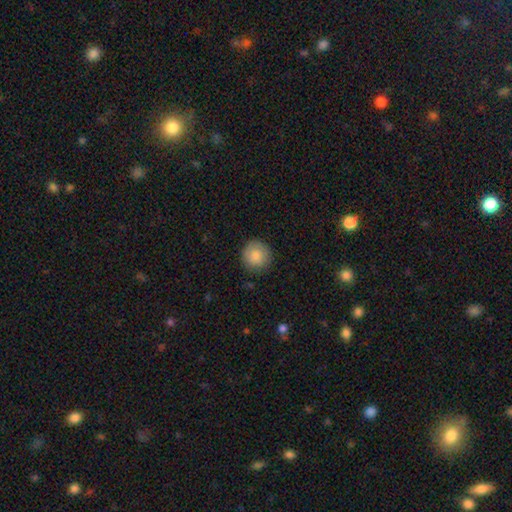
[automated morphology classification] This is clearly a smooth galaxy (85%). How rounded: clearly round (95%). Merging: clearly none (88%).